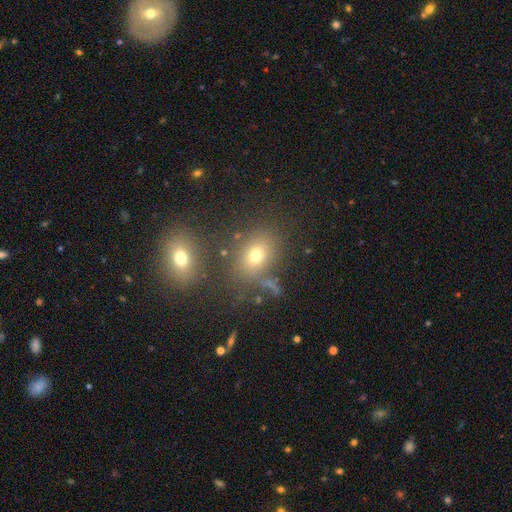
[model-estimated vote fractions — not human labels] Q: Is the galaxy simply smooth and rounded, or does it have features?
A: smooth — 67%.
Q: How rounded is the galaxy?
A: in between — 57%.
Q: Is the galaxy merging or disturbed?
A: none — 69%.